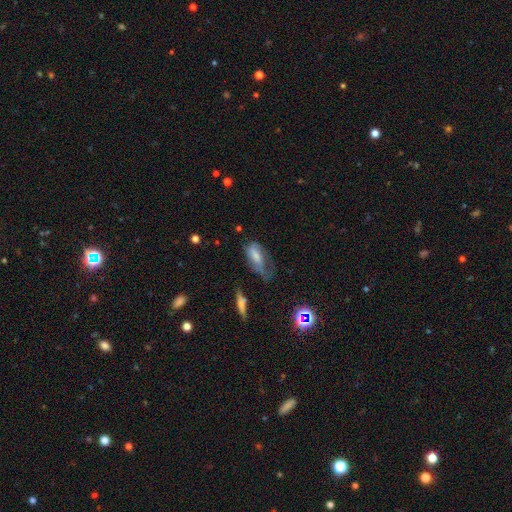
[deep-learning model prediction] smooth-or-featured: smooth: 63% | featured or disk: 28% | star or artifact: 9%
  how-rounded: in between: 83% | cigar-shaped: 14% | round: 3%
  merging: major disturbance: 37% | minor disturbance: 33% | none: 27% | merger: 4%